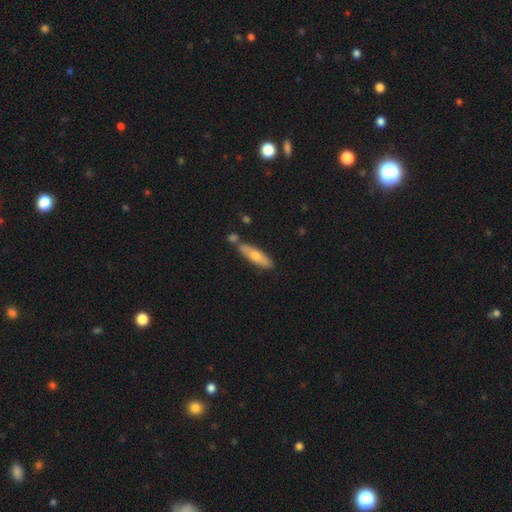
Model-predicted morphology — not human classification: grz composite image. It shows a smooth galaxy with no disk features (67%) that is cigar-shaped (70%). Merging: none (72%).